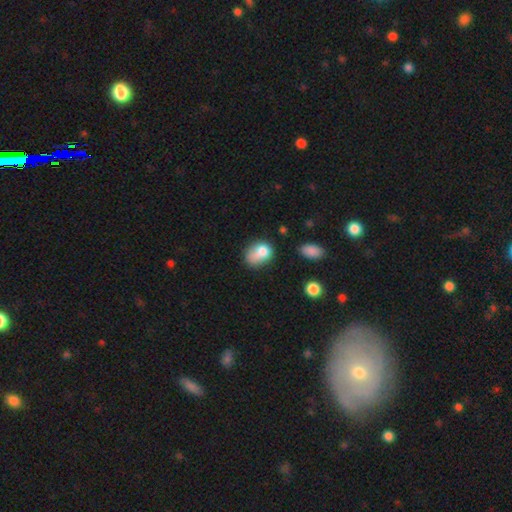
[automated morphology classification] Smooth or featured? smooth (75%)
How rounded? in between (66%)
Merging? none (35%)